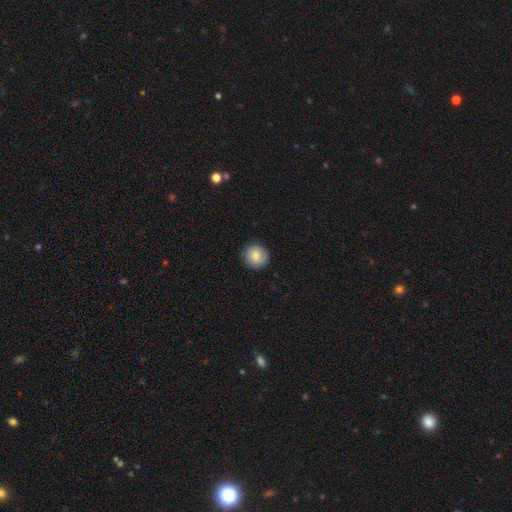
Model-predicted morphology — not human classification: This appears to be a smooth galaxy with no disk features (81%) that is round (92%). Merging: none (89%).